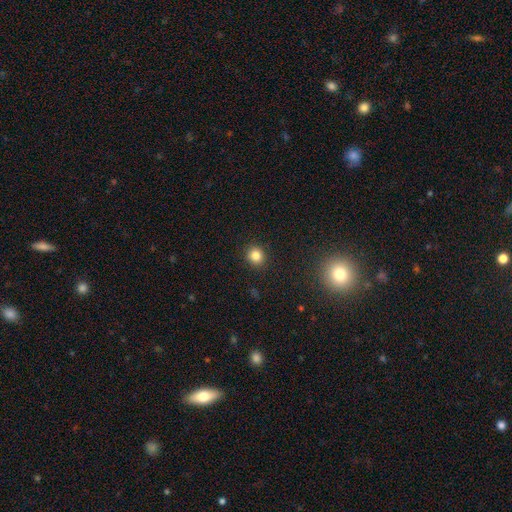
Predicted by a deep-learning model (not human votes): Morphology: type=smooth (82%); roundness=round (84%); merging=none (91%).